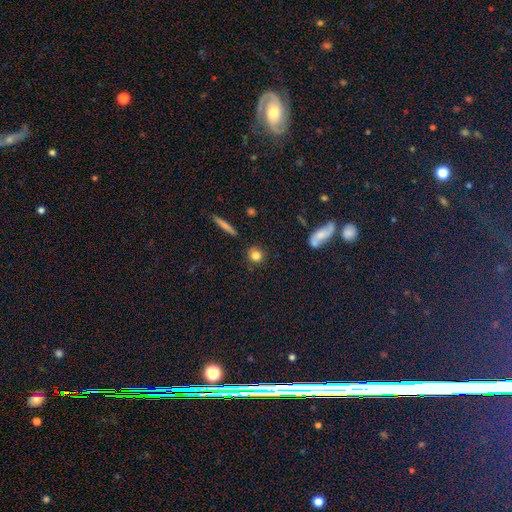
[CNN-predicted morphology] smooth 81%, star or artifact 11%, featured or disk 8%. Down the decision tree: how rounded — round (88%); merging — none (88%).